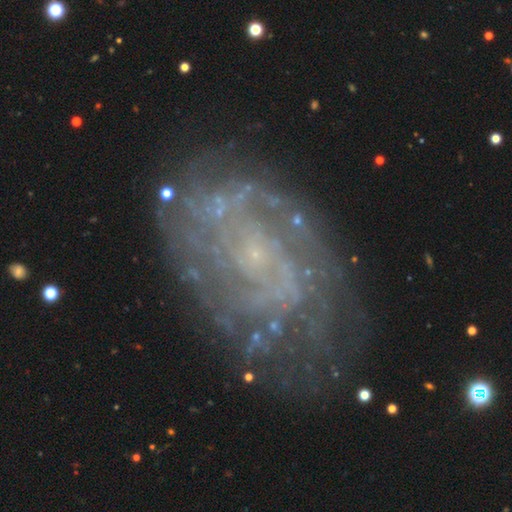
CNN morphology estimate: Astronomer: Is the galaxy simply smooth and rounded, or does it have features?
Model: featured or disk — 79%.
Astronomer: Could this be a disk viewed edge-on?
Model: no — 97%.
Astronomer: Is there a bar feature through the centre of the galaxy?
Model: no — 69%.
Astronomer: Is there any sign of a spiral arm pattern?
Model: yes — 88%.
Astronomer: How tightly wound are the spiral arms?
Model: tight — 54% (runner-up: medium, 34%).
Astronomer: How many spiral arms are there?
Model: can't tell — 41% (runner-up: 2, 28%).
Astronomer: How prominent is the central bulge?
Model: small — 70%.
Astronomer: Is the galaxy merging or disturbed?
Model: none — 72%.